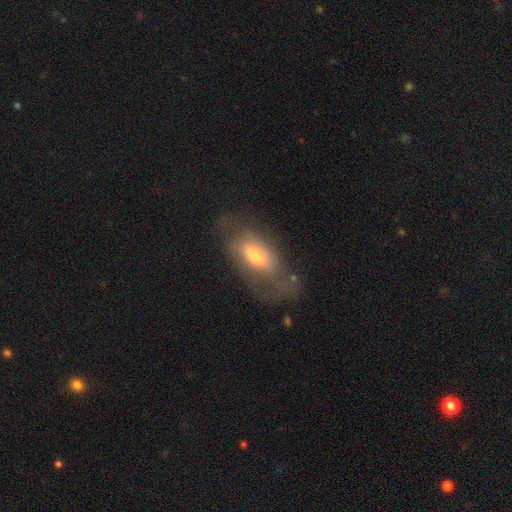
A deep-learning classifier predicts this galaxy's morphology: Smooth or featured?
  - smooth: 49% *
  - featured or disk: 44%
  - star or artifact: 7%
Merging?
  - none: 46% *
  - major disturbance: 27%
  - minor disturbance: 24%
  - merger: 3%